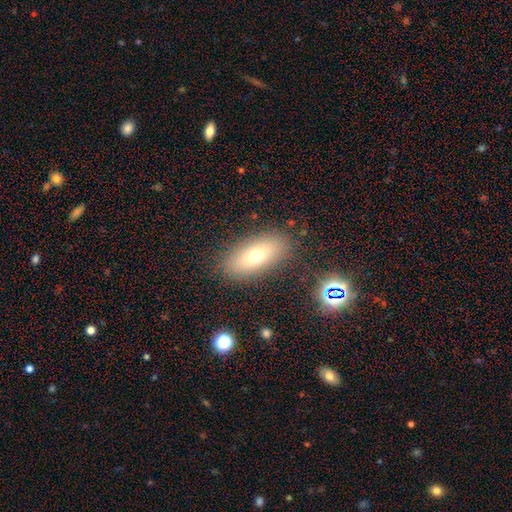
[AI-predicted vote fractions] The model was most divided on "smooth or featured": smooth: 67%, featured or disk: 22%, star or artifact: 11%. More confident: merging — none (85%); how rounded — in between (84%).